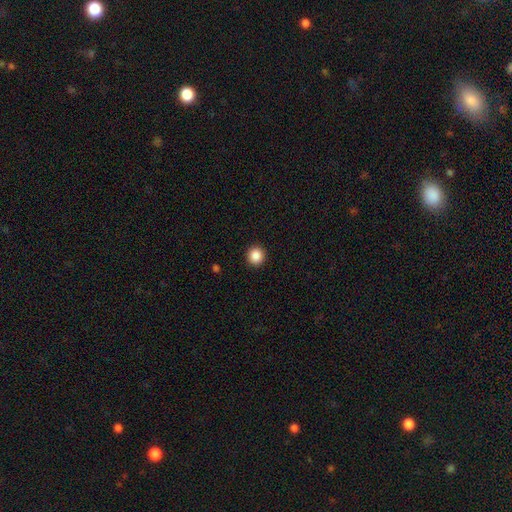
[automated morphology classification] Smooth or featured: smooth — 87% (star or artifact — 9%)
How rounded: round — 93% (in between — 6%)
Merging: none — 93% (minor disturbance — 4%)